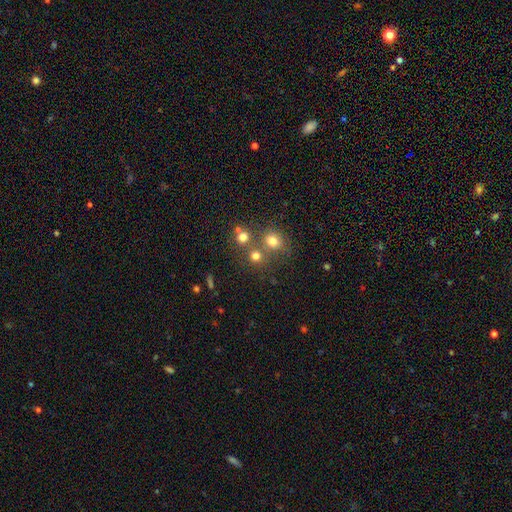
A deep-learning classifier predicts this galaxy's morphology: Smooth or featured? Predicted: smooth (p=0.72). How rounded? Predicted: round (p=0.83). Merging? Predicted: none (p=0.59).